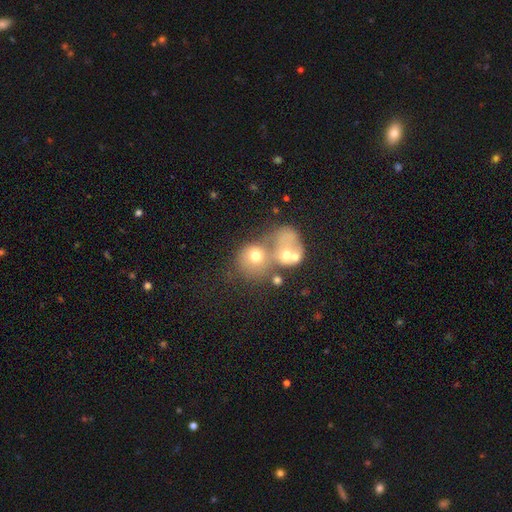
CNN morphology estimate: Overall: smooth (59%; featured or disk 26%). How rounded: round (72%). Merging: merger (62%).